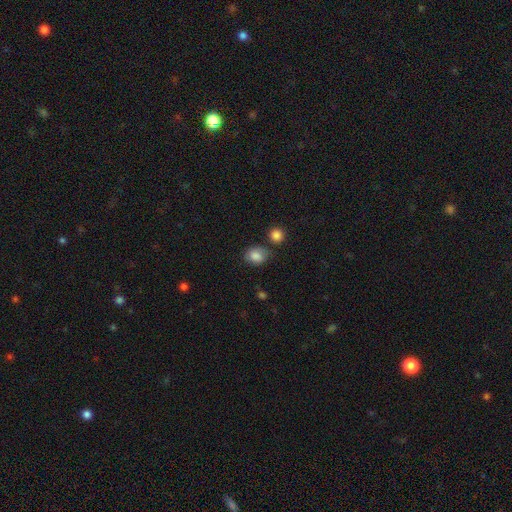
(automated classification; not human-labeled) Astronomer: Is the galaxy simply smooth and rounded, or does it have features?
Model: smooth — 84%.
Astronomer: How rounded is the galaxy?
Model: in between — 51% (runner-up: round, 48%).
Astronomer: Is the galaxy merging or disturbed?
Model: none — 67%.